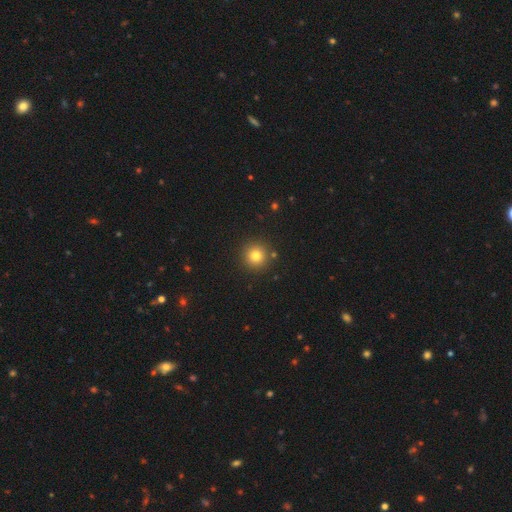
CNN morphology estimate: This appears to be a smooth galaxy with no disk features (79%) that is round (95%). Merging: none (89%).